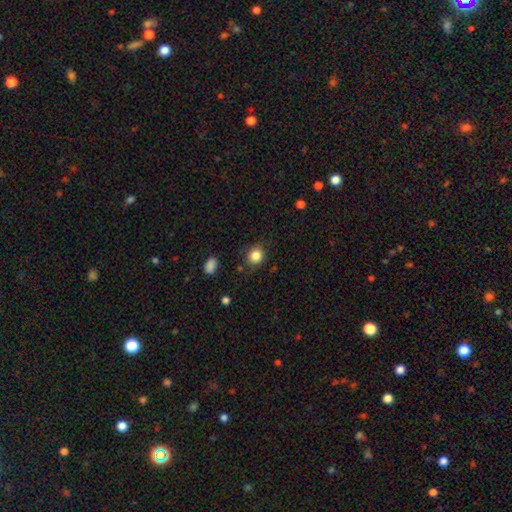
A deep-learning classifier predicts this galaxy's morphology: type=smooth (85%); roundness=round (80%); merging=none (81%).